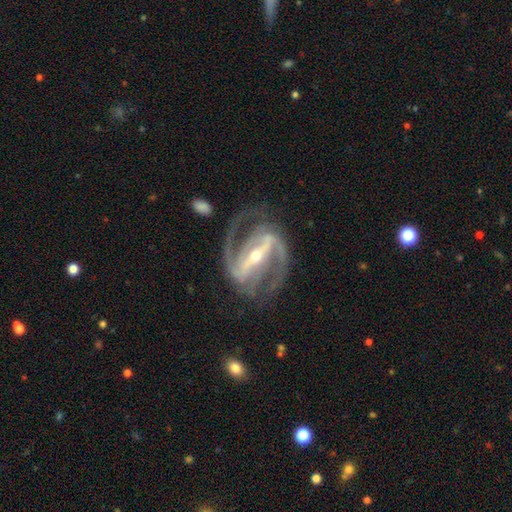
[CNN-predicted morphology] type=featured or disk (93%); edge-on=no (96%); bar=strong (81%); spiral arms=yes (98%); winding=medium (56%); arm count=2 (87%); bulge=small (57%); merging=none (74%).